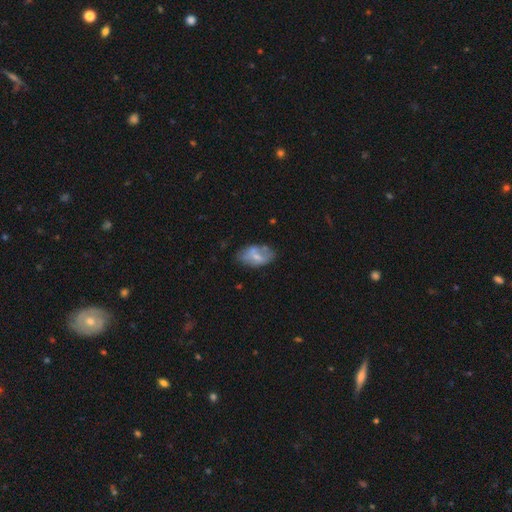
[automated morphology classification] The model was most divided on "smooth or featured": smooth: 51%, featured or disk: 42%, star or artifact: 7%. More confident: how rounded — in between (91%); merging — none (55%).